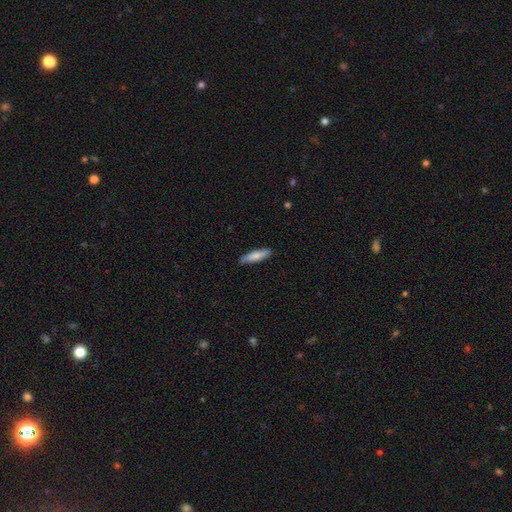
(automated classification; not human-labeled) smooth 79%, featured or disk 16%, star or artifact 5%. Down the decision tree: how rounded — cigar-shaped (69%); merging — none (87%).